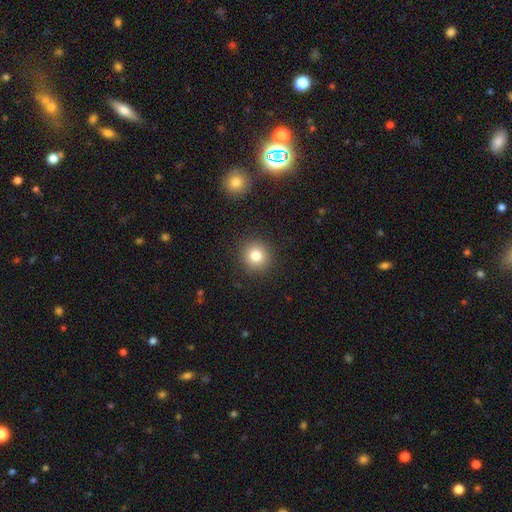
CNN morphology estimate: This appears to be a smooth galaxy with no disk features (81%) that is round (91%). Merging: none (90%).